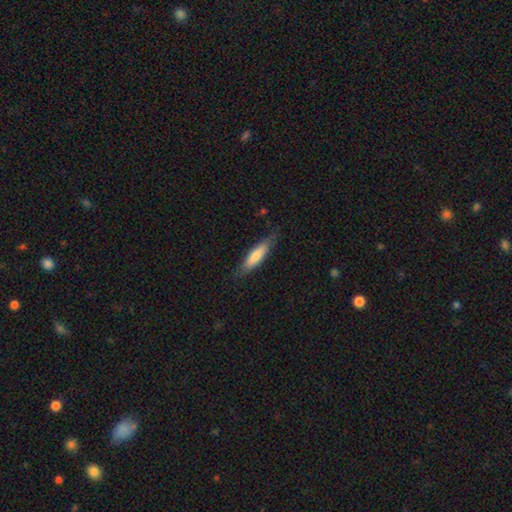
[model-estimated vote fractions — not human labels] smooth-or-featured: smooth: 72% | featured or disk: 22% | star or artifact: 5%
  how-rounded: cigar-shaped: 72% | in between: 27% | round: 1%
  merging: none: 80% | minor disturbance: 16% | major disturbance: 3% | merger: 1%